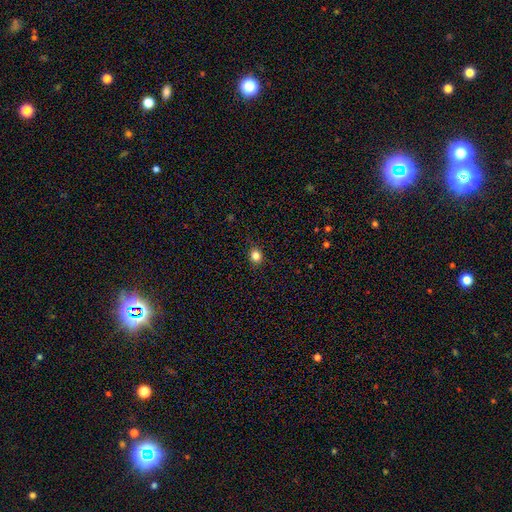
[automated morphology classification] A smooth galaxy with no disk features (83%) that is round (65%).

Vote fractions:
- Smooth or featured? smooth: 83% / star or artifact: 12% / featured or disk: 5%
- How rounded? round: 65% / in between: 34% / cigar-shaped: 1%
- Merging? none: 88% / minor disturbance: 9% / major disturbance: 2% / merger: 1%